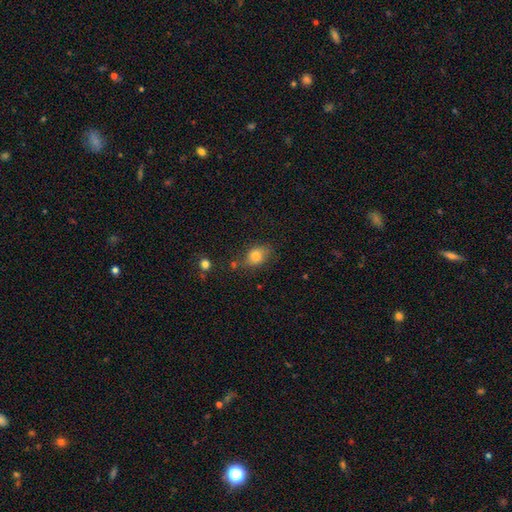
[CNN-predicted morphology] smooth 77%, featured or disk 13%, star or artifact 10%. Down the decision tree: how rounded — in between (73%); merging — none (66%).